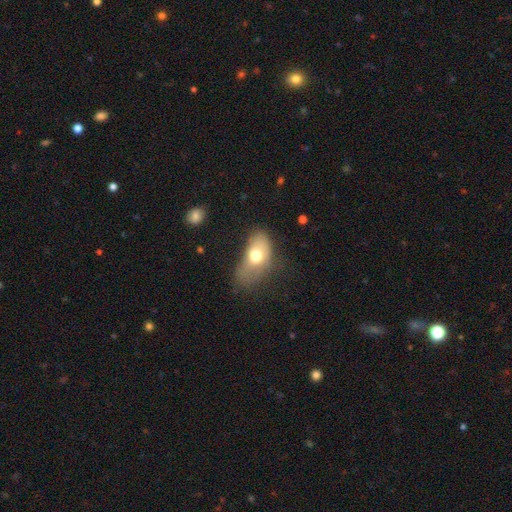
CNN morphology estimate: Smooth or featured: smooth — 66% (featured or disk — 24%)
How rounded: in between — 85% (round — 11%)
Merging: minor disturbance — 33% (tied with major disturbance — 33%)